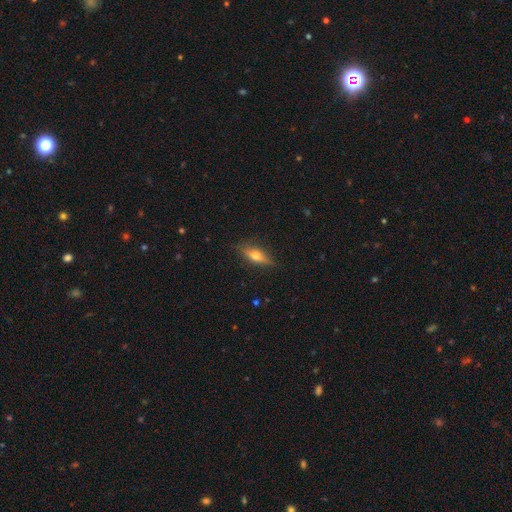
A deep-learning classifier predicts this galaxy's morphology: Smooth or featured? Predicted: smooth (p=0.55). How rounded? Predicted: in between (p=0.57). Merging? Predicted: none (p=0.80).